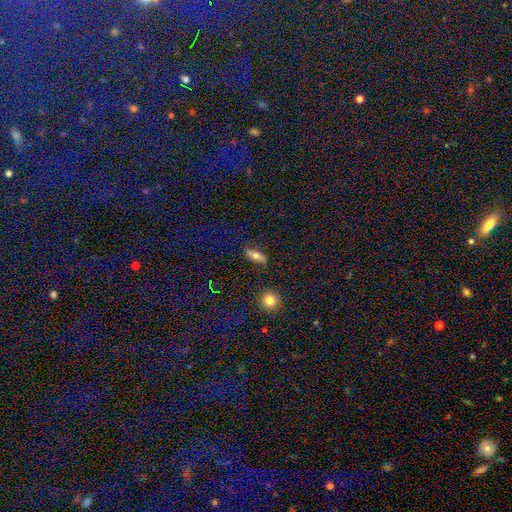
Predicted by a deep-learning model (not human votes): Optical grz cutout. It shows a smooth galaxy with no disk features (51%) that is in between round and cigar-shaped (52%). Merging: none (78%).